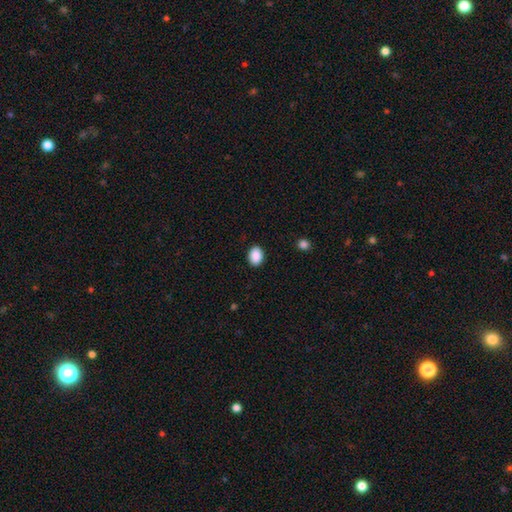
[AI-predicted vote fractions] Smooth or featured? smooth (90%)
How rounded? in between (71%)
Merging? none (89%)